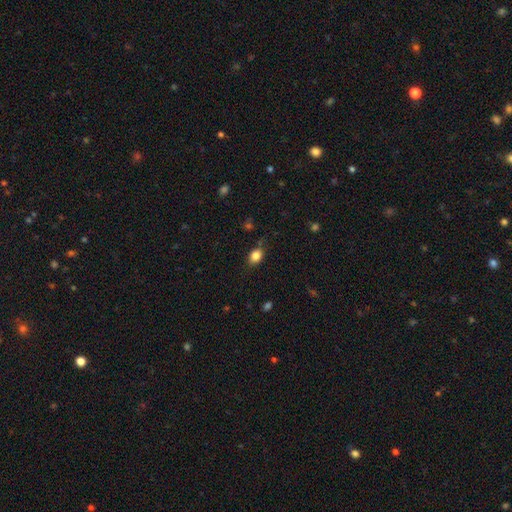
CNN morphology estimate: The model was most divided on "how rounded": in between: 69%, round: 30%, cigar-shaped: 2%. More confident: smooth or featured — smooth (84%); merging — none (78%).